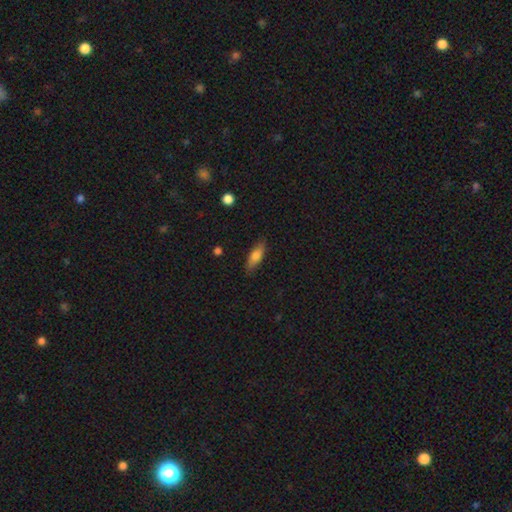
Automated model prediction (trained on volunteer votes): This is likely a smooth galaxy (75%). How rounded: likely in between (62%). Merging: clearly none (83%).